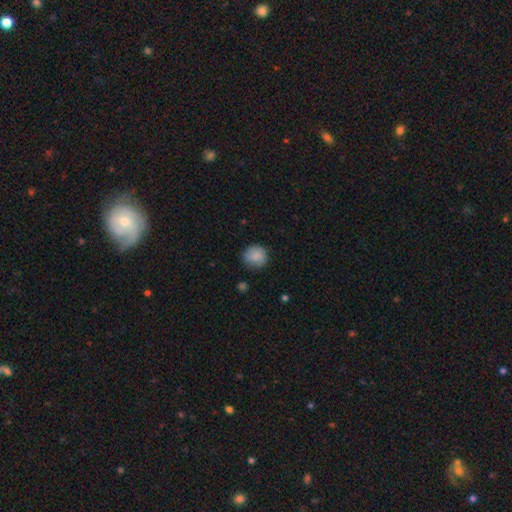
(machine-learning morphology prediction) type=smooth (86%); roundness=round (87%); merging=none (79%).